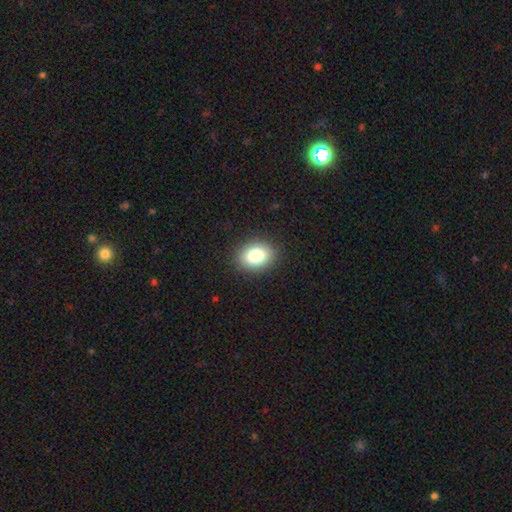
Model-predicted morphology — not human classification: type=smooth (82%); roundness=in between (64%); merging=none (89%).